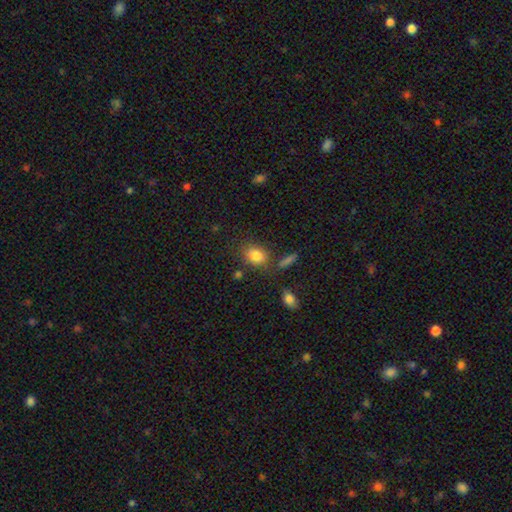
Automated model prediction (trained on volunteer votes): smooth-or-featured: smooth: 83% | star or artifact: 10% | featured or disk: 7%
  how-rounded: in between: 54% | round: 44% | cigar-shaped: 2%
  merging: none: 73% | minor disturbance: 14% | merger: 9% | major disturbance: 5%